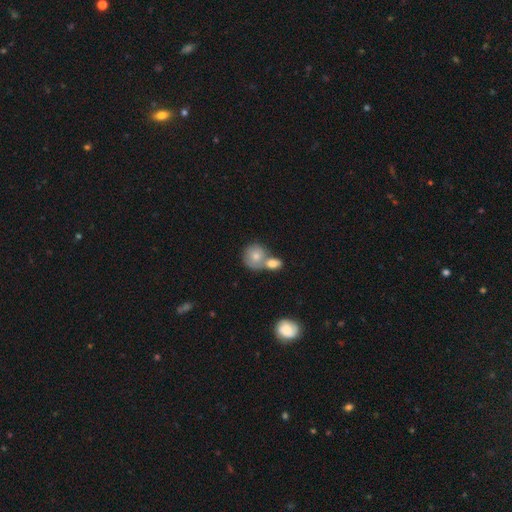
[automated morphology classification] smooth-or-featured: smooth: 76% | featured or disk: 17% | star or artifact: 8%
  how-rounded: round: 76% | in between: 23% | cigar-shaped: 1%
  merging: merger: 55% | none: 32% | minor disturbance: 9% | major disturbance: 4%